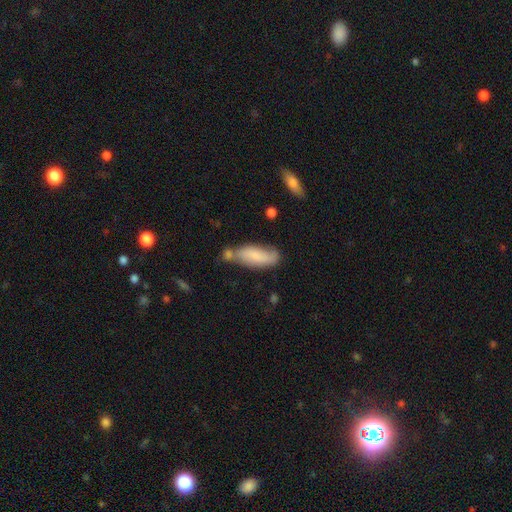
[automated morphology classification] smooth-or-featured: smooth: 71% | featured or disk: 22% | star or artifact: 7%
  how-rounded: in between: 74% | cigar-shaped: 24% | round: 2%
  merging: none: 46% | minor disturbance: 25% | merger: 21% | major disturbance: 8%